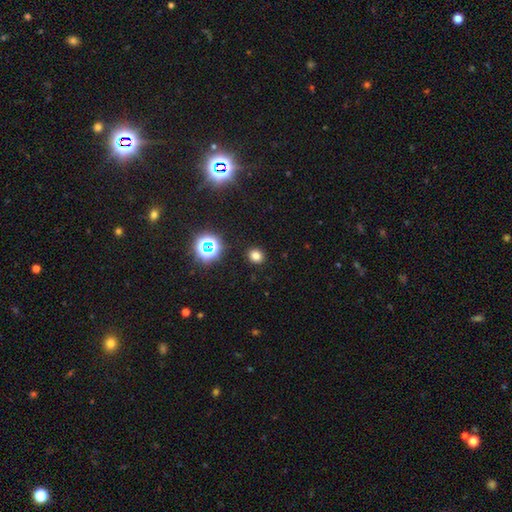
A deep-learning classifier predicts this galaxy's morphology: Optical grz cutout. It shows a smooth galaxy with no disk features (75%) that is round (77%). Merging: none (90%).